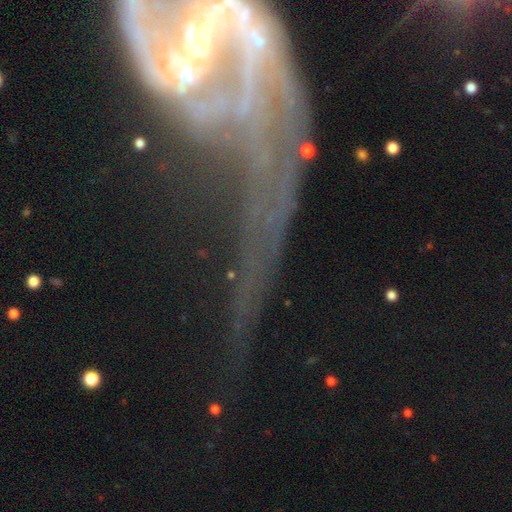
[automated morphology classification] smooth_or_featured: featured or disk (p=0.78) [alt: star or artifact p=0.14]
disk_edge_on: no (p=0.88) [alt: yes p=0.12]
bar: strong (p=0.35) [alt: no p=0.33]
has_spiral_arms: yes (p=0.77) [alt: no p=0.23]
spiral_winding: loose (p=0.48) [alt: medium p=0.32]
spiral_arm_count: 2 (p=0.62) [alt: can't tell p=0.14]
bulge_size: small (p=0.53) [alt: moderate p=0.31]
merging: major disturbance (p=0.40) [alt: none p=0.31]